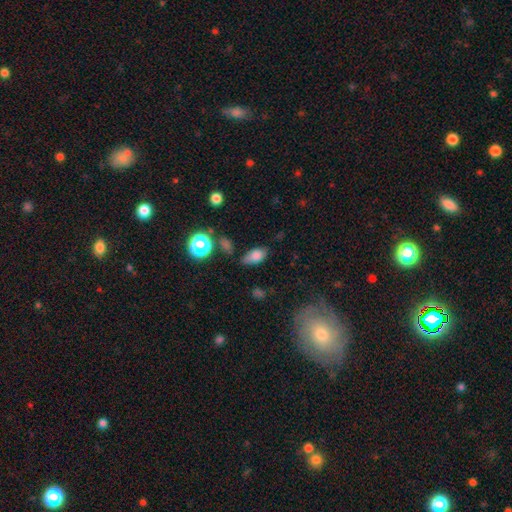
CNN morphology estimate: A smooth galaxy with no disk features (79%) that is in between round and cigar-shaped (86%). Merging: none (61%).